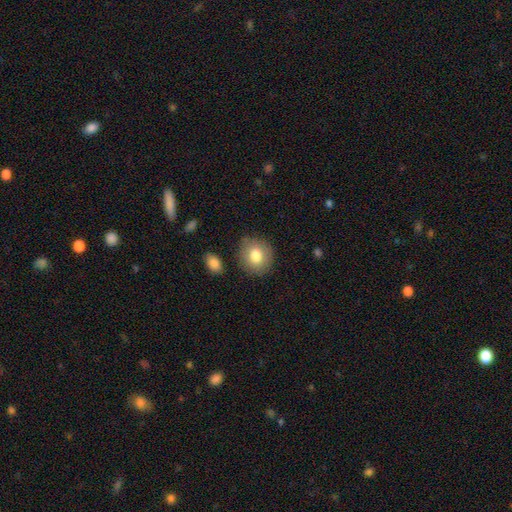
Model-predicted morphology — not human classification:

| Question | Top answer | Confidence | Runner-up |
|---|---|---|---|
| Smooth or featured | smooth | 80% | featured or disk (12%) |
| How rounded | round | 78% | in between (21%) |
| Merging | none | 83% | minor disturbance (12%) |